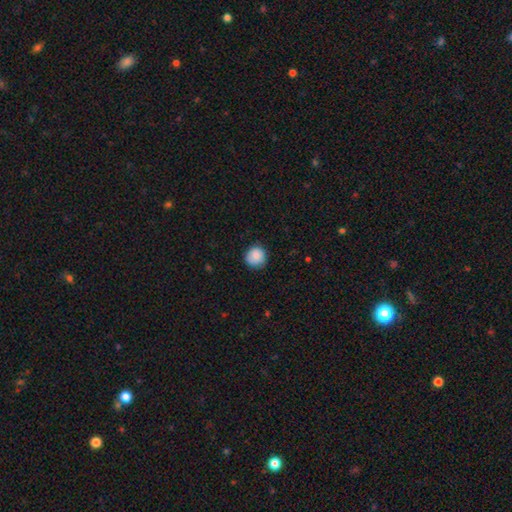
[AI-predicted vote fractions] The model was most divided on "merging": none: 83%, minor disturbance: 14%, major disturbance: 2%, merger: 1%. More confident: how rounded — round (92%); smooth or featured — smooth (87%).